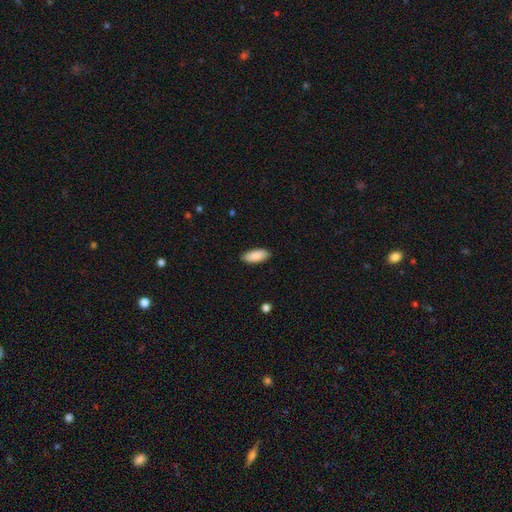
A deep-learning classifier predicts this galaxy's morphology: The model was most divided on "how rounded": in between: 84%, cigar-shaped: 14%, round: 2%. More confident: smooth or featured — smooth (90%); merging — none (88%).